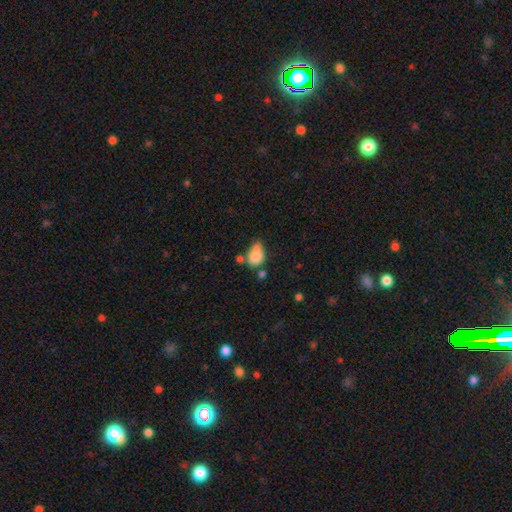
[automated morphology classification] smooth 77%, featured or disk 13%, star or artifact 10%. Down the decision tree: how rounded — in between (68%); merging — none (31%, tied with merger).